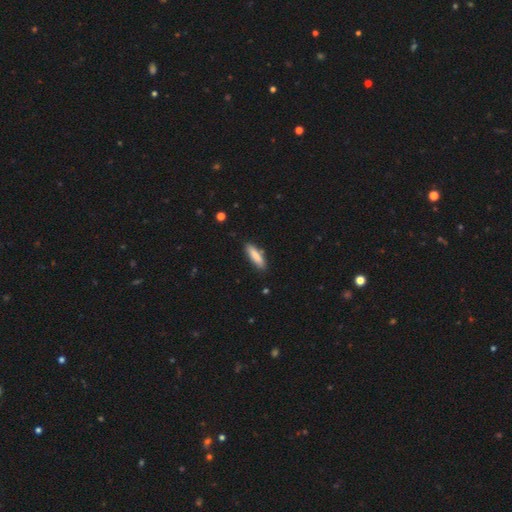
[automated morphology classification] Smooth or featured? Predicted: smooth (p=0.84). How rounded? Predicted: cigar-shaped (p=0.68). Merging? Predicted: none (p=0.85).